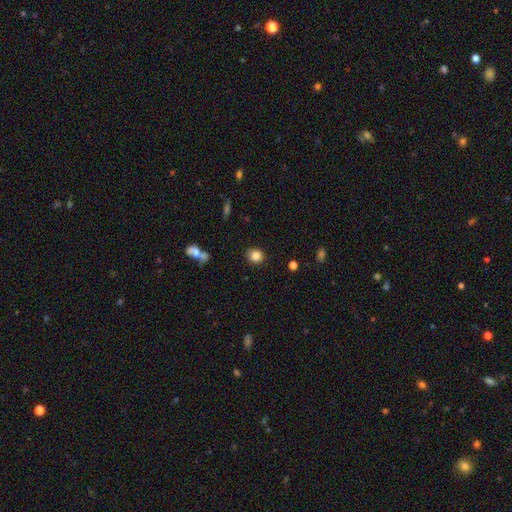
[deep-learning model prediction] This is clearly a smooth galaxy (85%). How rounded: likely round (75%). Merging: clearly none (86%).